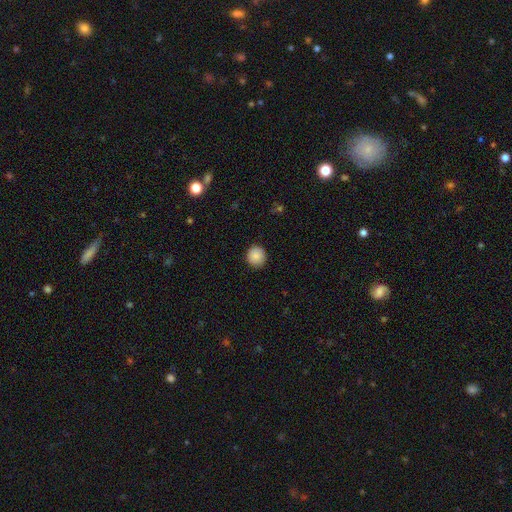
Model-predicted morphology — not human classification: A smooth galaxy with no disk features (88%) that is round (90%).

Vote fractions:
- Smooth or featured? smooth: 88% / star or artifact: 8% / featured or disk: 3%
- How rounded? round: 90% / in between: 9% / cigar-shaped: 1%
- Merging? none: 90% / minor disturbance: 7% / major disturbance: 2% / merger: 1%